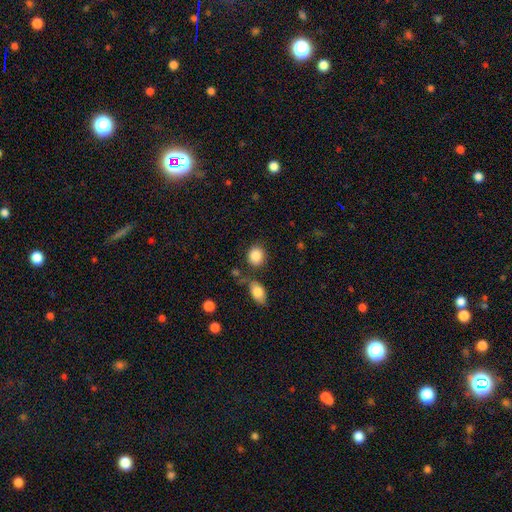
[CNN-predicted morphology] Smooth or featured? smooth (87%)
How rounded? round (69%)
Merging? none (75%)